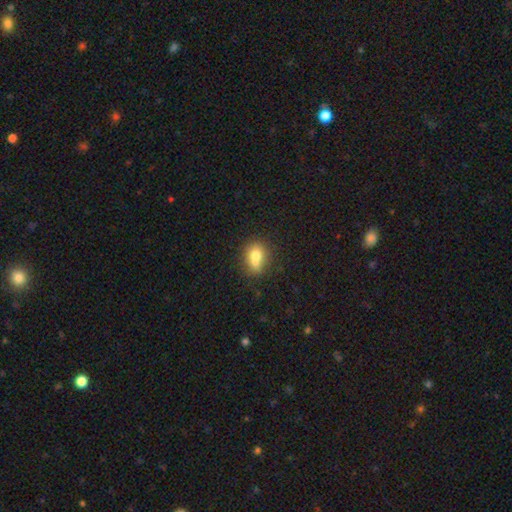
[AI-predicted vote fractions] Q: Smooth or featured?
A: smooth (73%); runner-up: featured or disk (16%)
Q: How rounded?
A: in between (56%); runner-up: round (42%)
Q: Merging?
A: none (48%); runner-up: merger (29%)